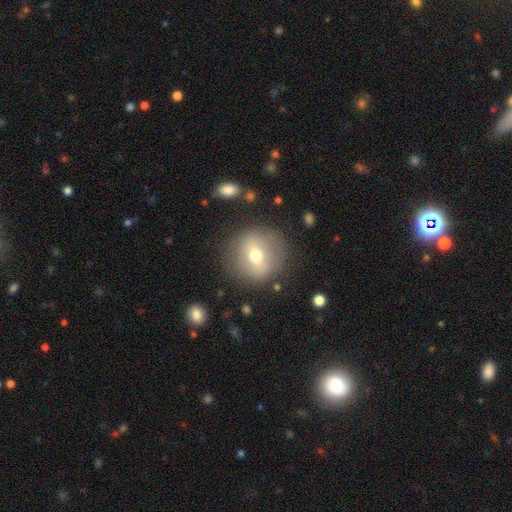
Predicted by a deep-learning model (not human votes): This is possibly a smooth galaxy (55%). How rounded: clearly round (92%). Merging: clearly none (83%).